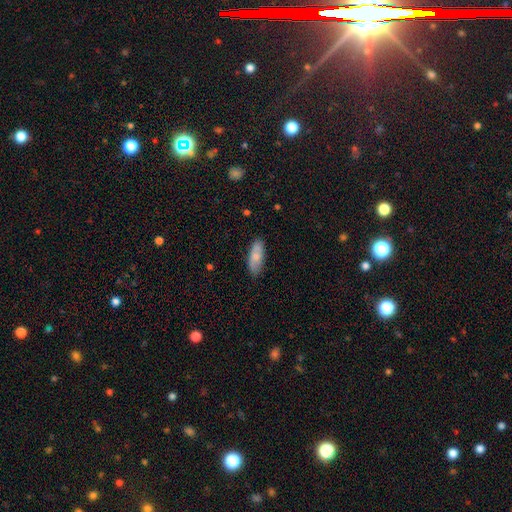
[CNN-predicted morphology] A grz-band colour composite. It shows a smooth galaxy with no disk features (76%) that is in between round and cigar-shaped (70%). Merging: none (82%).